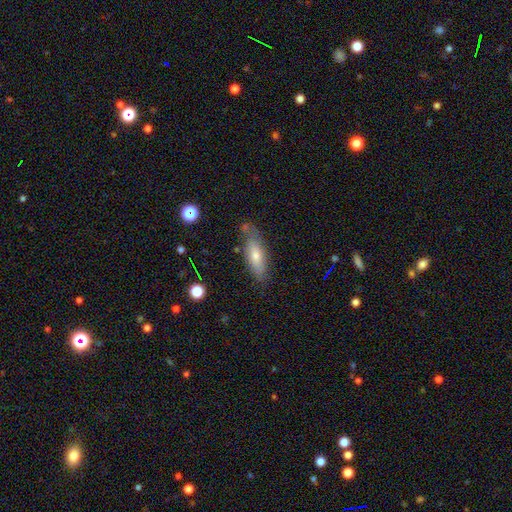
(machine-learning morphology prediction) Smooth or featured? Predicted: smooth (p=0.60). How rounded? Predicted: in between (p=0.55). Merging? Predicted: none (p=0.72).